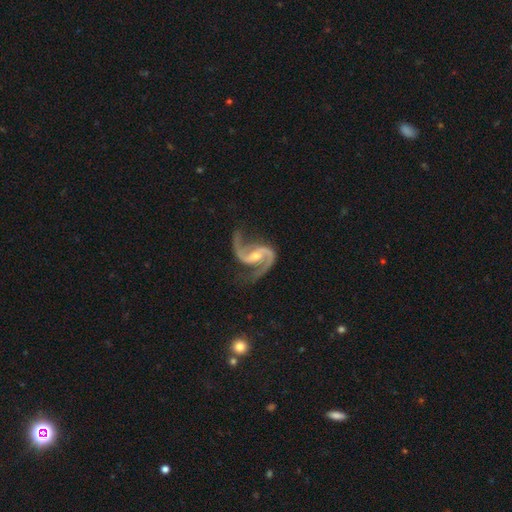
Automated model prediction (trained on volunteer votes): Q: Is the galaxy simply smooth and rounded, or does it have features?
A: featured or disk — 94%.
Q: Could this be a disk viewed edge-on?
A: no — 98%.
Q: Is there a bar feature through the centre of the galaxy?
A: weak — 42%.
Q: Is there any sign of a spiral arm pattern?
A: yes — 98%.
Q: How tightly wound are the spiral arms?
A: medium — 47%.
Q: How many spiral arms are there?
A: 2 — 93%.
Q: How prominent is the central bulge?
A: small — 48%.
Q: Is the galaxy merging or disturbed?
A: none — 67%.